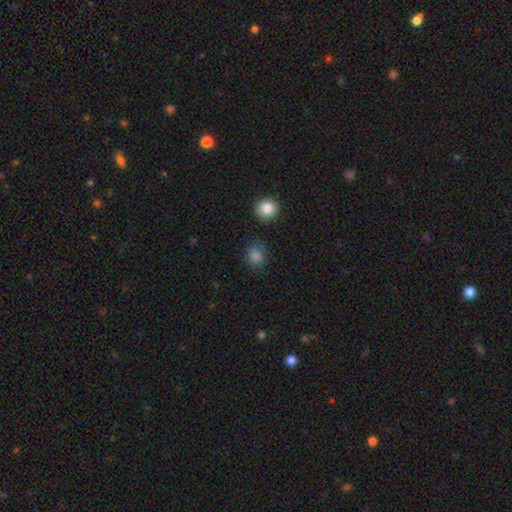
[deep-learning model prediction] A smooth galaxy with no disk features (81%) that is round (72%).

Vote fractions:
- Smooth or featured? smooth: 81% / star or artifact: 14% / featured or disk: 5%
- How rounded? round: 72% / in between: 27% / cigar-shaped: 1%
- Merging? none: 75% / minor disturbance: 17% / major disturbance: 5% / merger: 3%